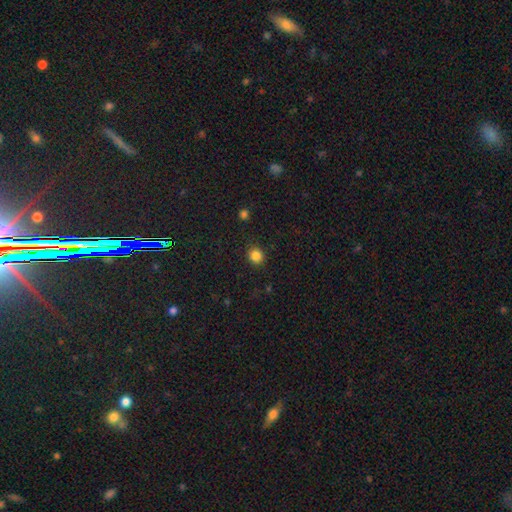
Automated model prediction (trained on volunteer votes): Q: Smooth or featured?
A: smooth (84%); runner-up: star or artifact (12%)
Q: How rounded?
A: round (82%); runner-up: in between (17%)
Q: Merging?
A: none (89%); runner-up: minor disturbance (7%)